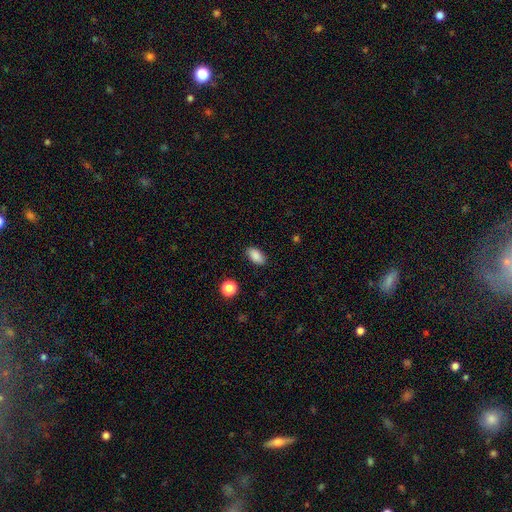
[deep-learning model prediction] Morphology: type=smooth (87%); roundness=in between (92%); merging=none (87%).